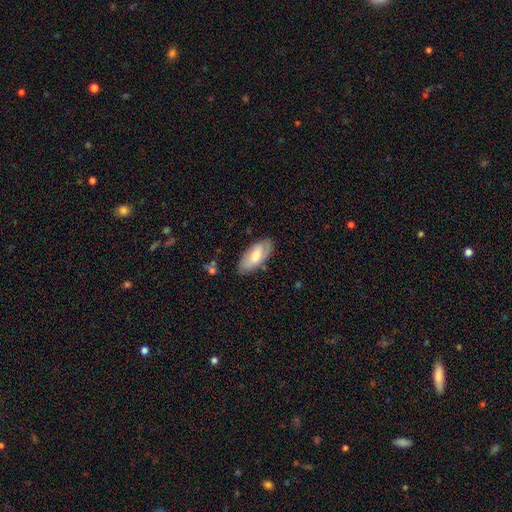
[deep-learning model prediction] Smooth or featured? smooth (62%)
How rounded? in between (88%)
Merging? none (81%)